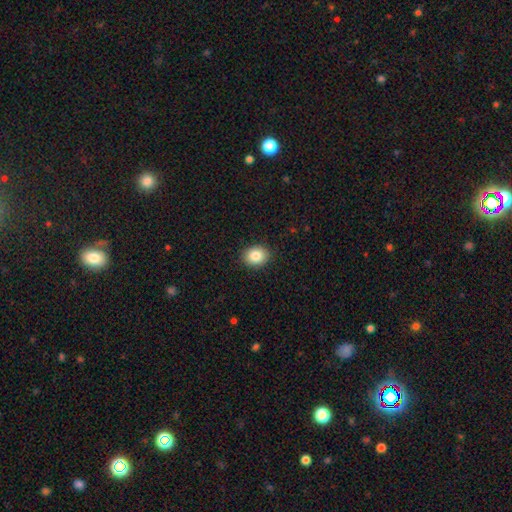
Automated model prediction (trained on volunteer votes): Morphology: type=smooth (85%); roundness=round (54%); merging=none (90%).